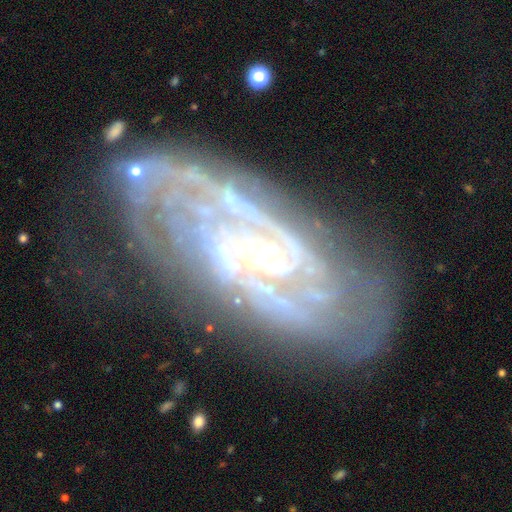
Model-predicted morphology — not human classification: This is clearly a featured or disk galaxy (89%). It is clearly not viewed edge-on (93%). Bar: marginally weak (41%). Spiral arm pattern: clearly yes (96%). Spiral arm count: marginally 2 (37%). Spiral winding: possibly tight (59%). Central bulge: likely small (70%). Merging: likely none (69%).